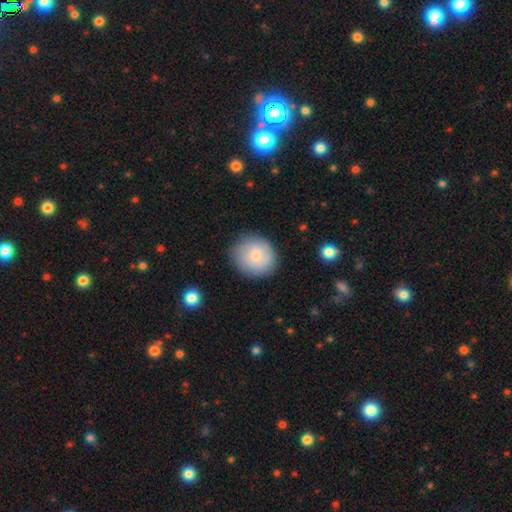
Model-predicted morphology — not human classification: smooth_or_featured: smooth (p=0.71) [alt: featured or disk p=0.21]
how_rounded: round (p=0.86) [alt: in between p=0.13]
merging: none (p=0.84) [alt: minor disturbance p=0.12]